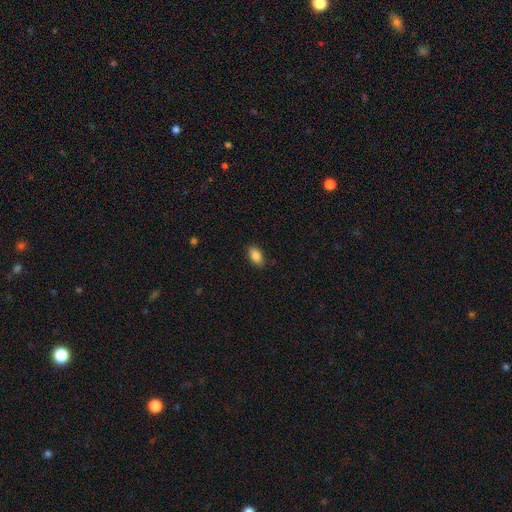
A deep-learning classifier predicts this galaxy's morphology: Overall: smooth (87%). How rounded: in between (91%). Merging: none (84%).